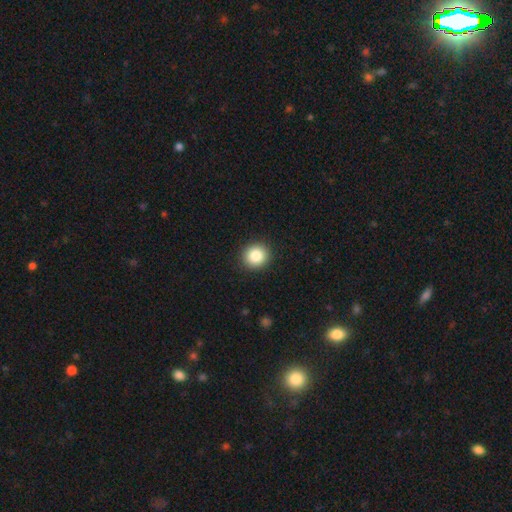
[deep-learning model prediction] smooth 85%, star or artifact 9%, featured or disk 6%. Down the decision tree: how rounded — round (88%); merging — none (92%).